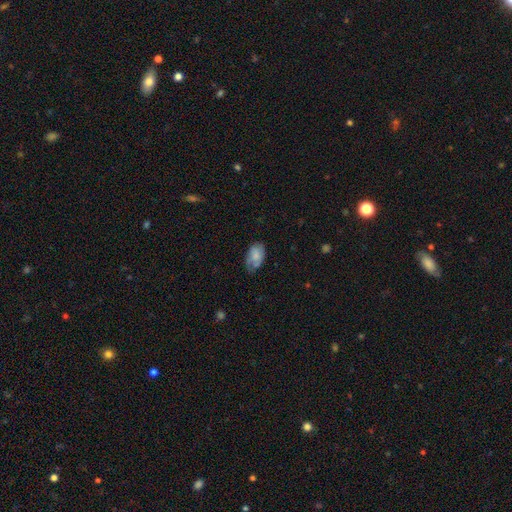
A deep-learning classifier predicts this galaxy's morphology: This is likely a smooth galaxy (70%). How rounded: clearly in between (93%). Merging: possibly none (60%).